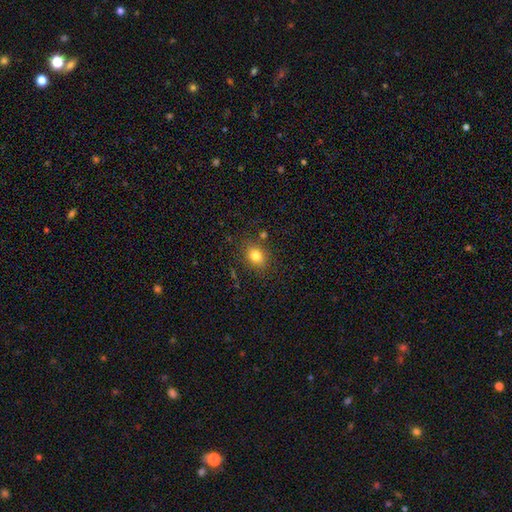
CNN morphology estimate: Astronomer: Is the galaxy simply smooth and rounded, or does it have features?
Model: smooth — 80%.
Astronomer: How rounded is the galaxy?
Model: in between — 60% (runner-up: round, 39%).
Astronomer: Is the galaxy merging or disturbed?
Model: none — 81%.